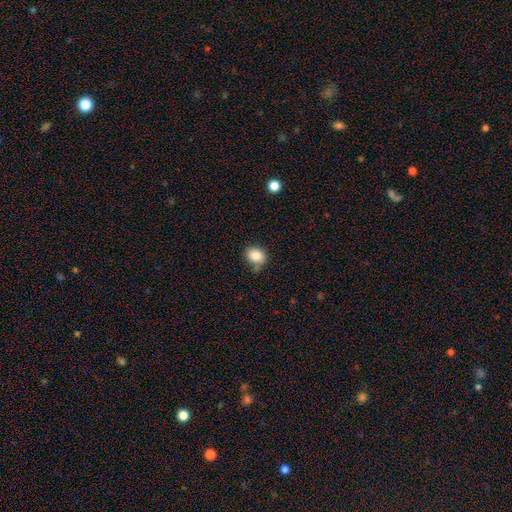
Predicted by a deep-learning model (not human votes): Smooth or featured: smooth — 85% (star or artifact — 9%)
How rounded: round — 55% (in between — 44%)
Merging: none — 65% (minor disturbance — 24%)